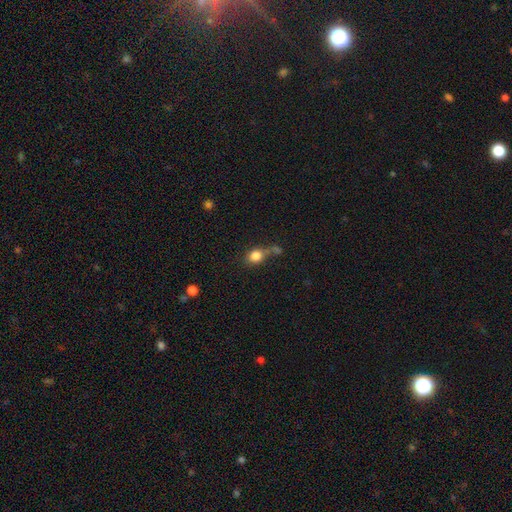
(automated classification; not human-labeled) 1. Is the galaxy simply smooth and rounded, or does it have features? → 81% smooth, 11% star or artifact, 8% featured or disk.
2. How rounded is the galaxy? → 61% round, 37% in between, 2% cigar-shaped.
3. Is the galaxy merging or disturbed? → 46% none, 22% merger, 19% minor disturbance, 12% major disturbance.